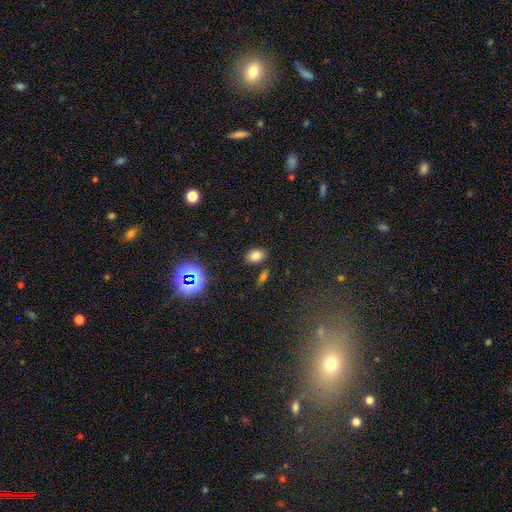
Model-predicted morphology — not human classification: Smooth or featured? Predicted: smooth (p=0.77). How rounded? Predicted: in between (p=0.80). Merging? Predicted: none (p=0.81).